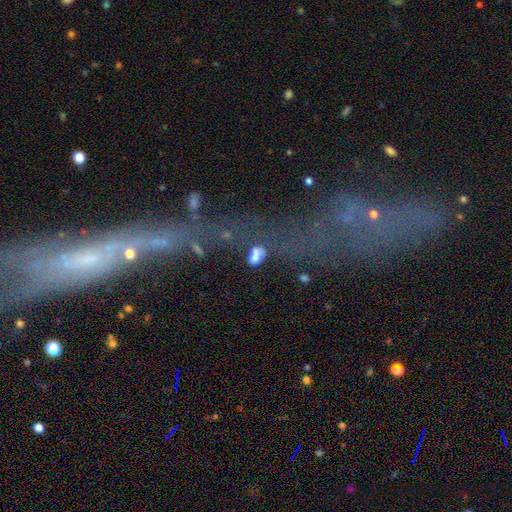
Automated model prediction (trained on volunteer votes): This appears to be a smooth galaxy with no disk features (69%) that is in between round and cigar-shaped (83%). Merging: none (41%).